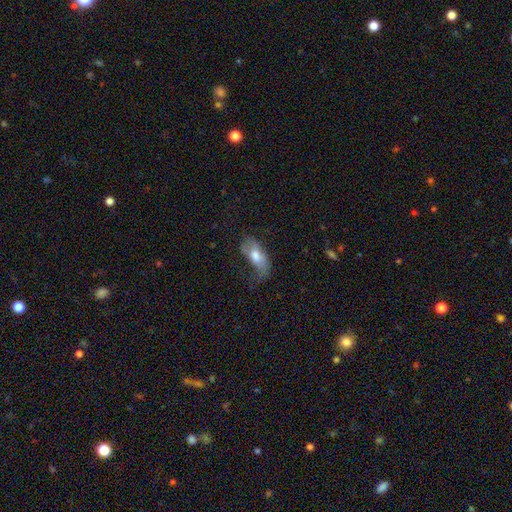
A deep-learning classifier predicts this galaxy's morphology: Smooth or featured: smooth — 60% (featured or disk — 32%)
How rounded: in between — 84% (cigar-shaped — 12%)
Merging: major disturbance — 34% (none — 32%)